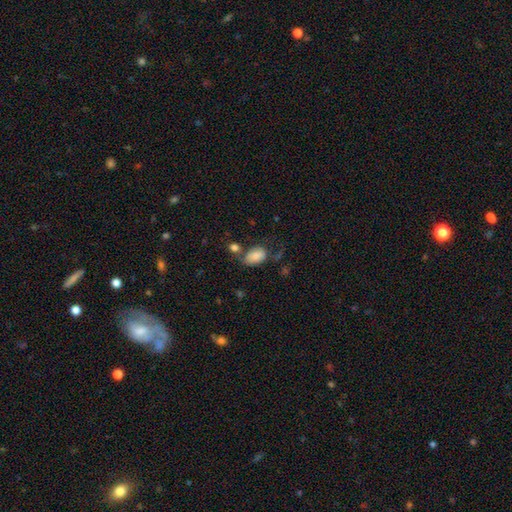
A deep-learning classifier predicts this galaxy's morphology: A smooth galaxy with no disk features (83%) that is in between round and cigar-shaped (88%).

Vote fractions:
- Smooth or featured? smooth: 83% / featured or disk: 9% / star or artifact: 8%
- How rounded? in between: 88% / round: 10% / cigar-shaped: 1%
- Merging? none: 46% / minor disturbance: 24% / merger: 17% / major disturbance: 13%